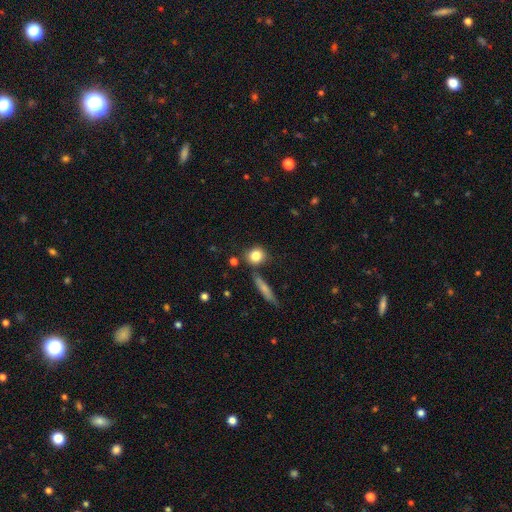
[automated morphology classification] Q: Smooth or featured?
A: smooth (81%); runner-up: featured or disk (10%)
Q: How rounded?
A: round (74%); runner-up: in between (21%)
Q: Merging?
A: none (74%); runner-up: minor disturbance (12%)